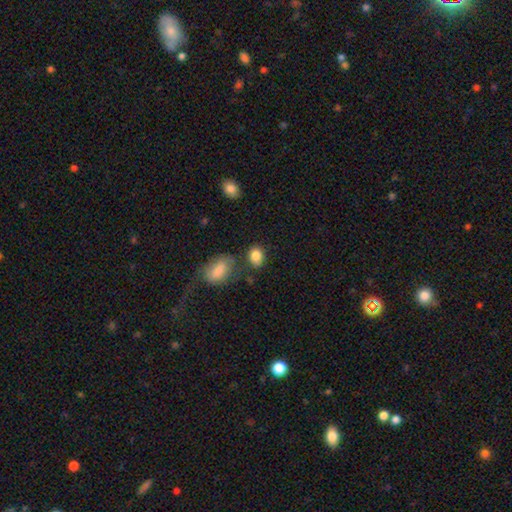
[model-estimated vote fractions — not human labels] smooth_or_featured: smooth (p=0.85) [alt: star or artifact p=0.09]
how_rounded: in between (p=0.61) [alt: round p=0.38]
merging: none (p=0.65) [alt: minor disturbance p=0.19]